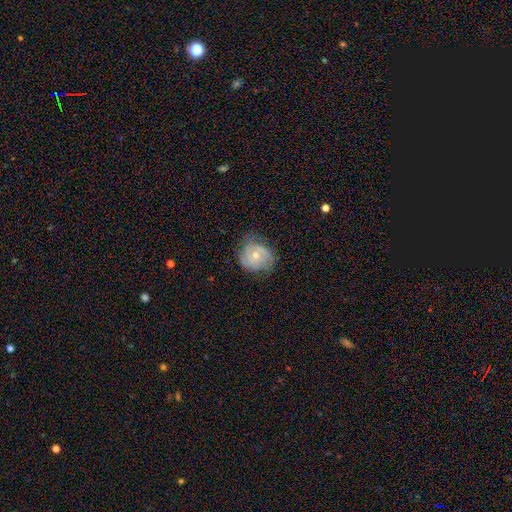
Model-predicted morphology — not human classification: The model was most divided on "bulge size": small: 51%, moderate: 45%, large: 2%, none: 1%, dominant: 1%. Remaining: edge-on disk — no (97%); spiral arms — yes (87%); bar — no (74%); merging — none (66%); smooth or featured — featured or disk (64%); spiral winding — tight (53%); spiral arm count — 2 (43%).